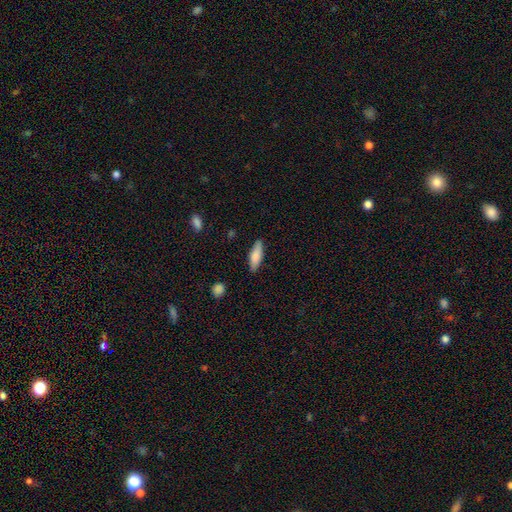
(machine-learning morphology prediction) type=smooth (78%); roundness=cigar-shaped (53%); merging=none (85%).